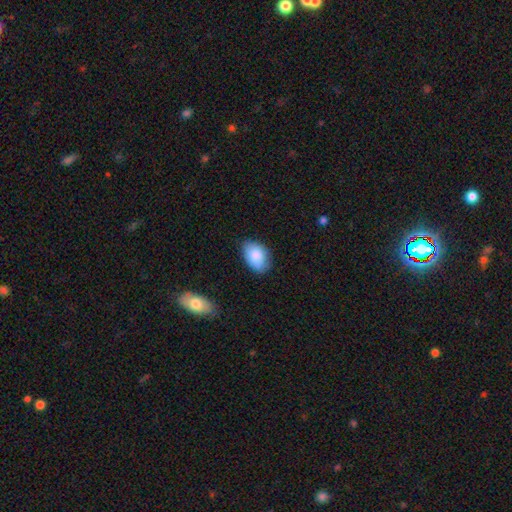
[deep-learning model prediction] A smooth galaxy with no disk features (86%) that is in between round and cigar-shaped (89%).

Vote fractions:
- Smooth or featured? smooth: 86% / featured or disk: 8% / star or artifact: 6%
- How rounded? in between: 89% / round: 10% / cigar-shaped: 1%
- Merging? none: 73% / minor disturbance: 21% / major disturbance: 4% / merger: 2%